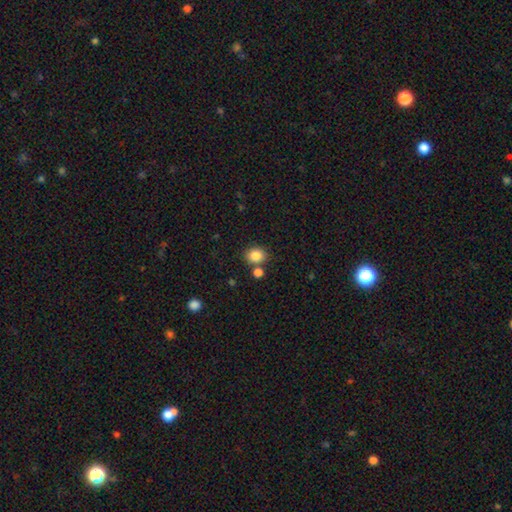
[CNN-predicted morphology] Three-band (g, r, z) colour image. It shows a smooth galaxy with no disk features (85%) that is round (68%). Merging: none (72%).